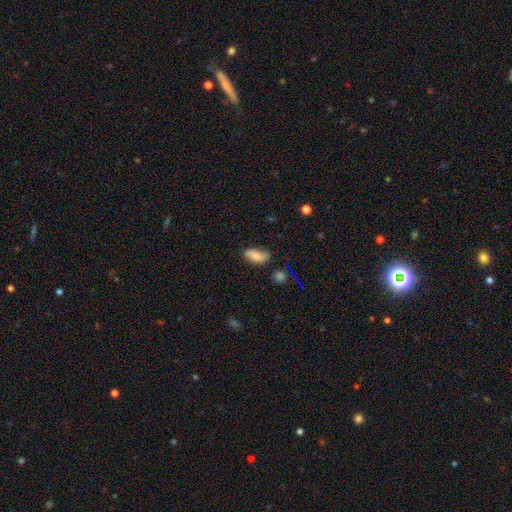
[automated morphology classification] The model was most divided on "merging": none: 72%, minor disturbance: 21%, major disturbance: 4%, merger: 2%. More confident: how rounded — in between (89%); smooth or featured — smooth (81%).